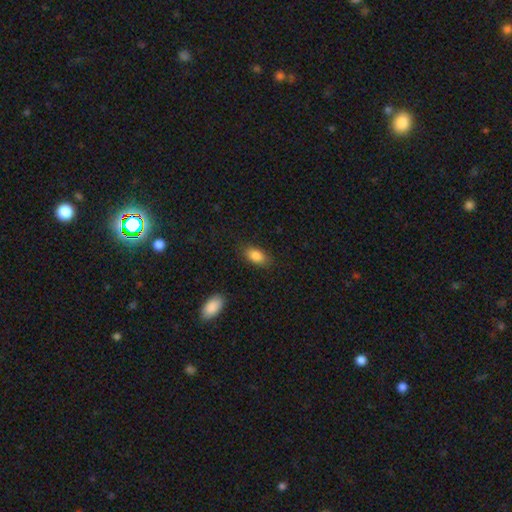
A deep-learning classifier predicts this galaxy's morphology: Smooth or featured?
  - smooth: 86% *
  - star or artifact: 8%
  - featured or disk: 6%
How rounded?
  - in between: 90% *
  - round: 6%
  - cigar-shaped: 4%
Merging?
  - none: 84% *
  - minor disturbance: 11%
  - major disturbance: 3%
  - merger: 1%